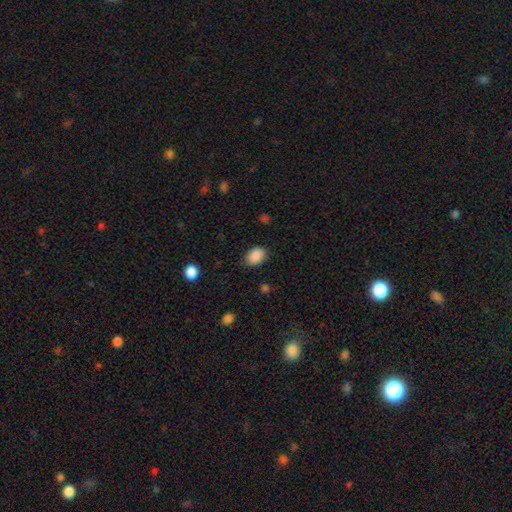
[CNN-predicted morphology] smooth 89%, star or artifact 8%, featured or disk 3%. Down the decision tree: how rounded — in between (72%); merging — none (81%).